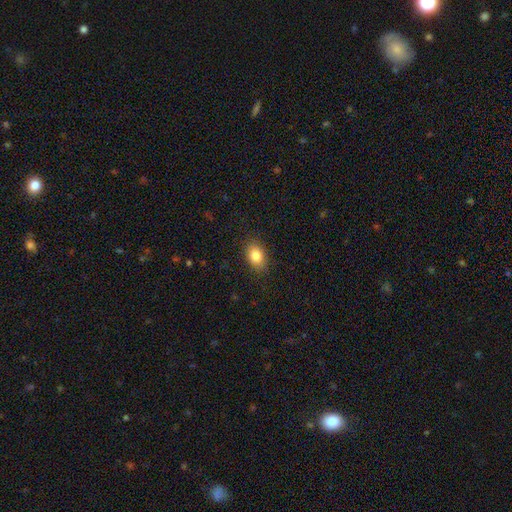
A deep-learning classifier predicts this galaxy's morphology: Overall: smooth (84%). How rounded: in between (84%). Merging: none (87%).